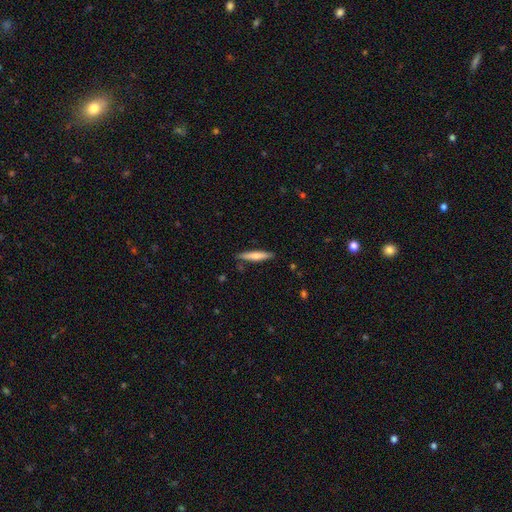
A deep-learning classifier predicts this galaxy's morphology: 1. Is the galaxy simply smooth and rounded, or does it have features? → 68% smooth, 27% featured or disk, 5% star or artifact.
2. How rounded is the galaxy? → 90% cigar-shaped, 8% in between, 1% round.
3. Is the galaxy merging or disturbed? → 87% none, 10% minor disturbance, 2% merger, 2% major disturbance.